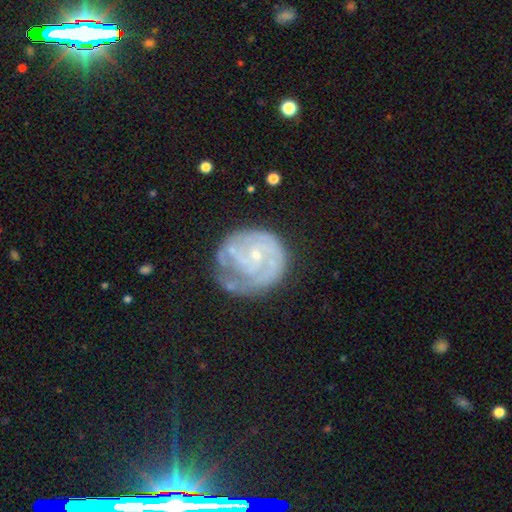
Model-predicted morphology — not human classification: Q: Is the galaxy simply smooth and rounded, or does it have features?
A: featured or disk — 78%.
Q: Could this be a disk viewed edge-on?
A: no — 98%.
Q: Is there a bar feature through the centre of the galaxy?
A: no — 68%.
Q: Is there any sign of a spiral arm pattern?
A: yes — 88%.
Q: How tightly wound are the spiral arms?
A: tight — 65%.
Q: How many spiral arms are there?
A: can't tell — 33%.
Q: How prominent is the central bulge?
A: small — 78%.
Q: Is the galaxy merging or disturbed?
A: none — 55%.